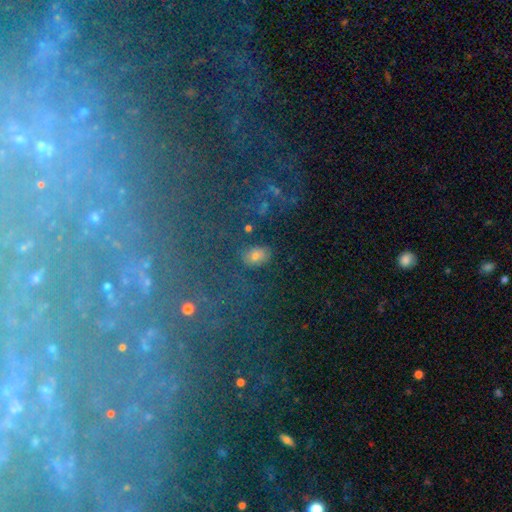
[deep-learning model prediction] A smooth galaxy with no disk features (60%) that is in between round and cigar-shaped (74%).

Vote fractions:
- Smooth or featured? smooth: 60% / star or artifact: 25% / featured or disk: 15%
- How rounded? in between: 74% / round: 24% / cigar-shaped: 2%
- Merging? none: 75% / minor disturbance: 14% / major disturbance: 7% / merger: 4%